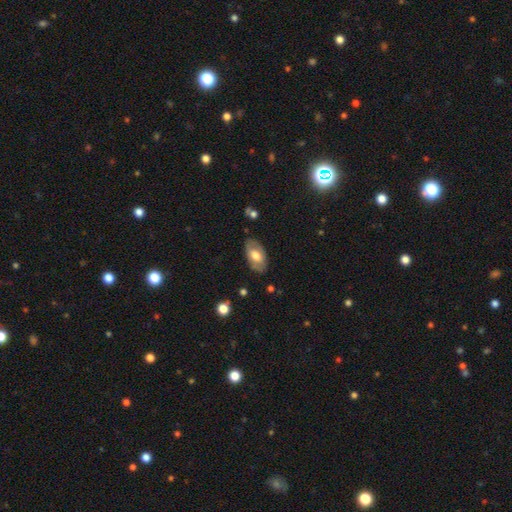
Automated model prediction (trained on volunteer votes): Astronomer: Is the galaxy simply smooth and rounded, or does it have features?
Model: smooth — 55% (runner-up: featured or disk, 39%).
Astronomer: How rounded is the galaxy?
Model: in between — 93%.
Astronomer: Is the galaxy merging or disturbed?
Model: none — 78%.